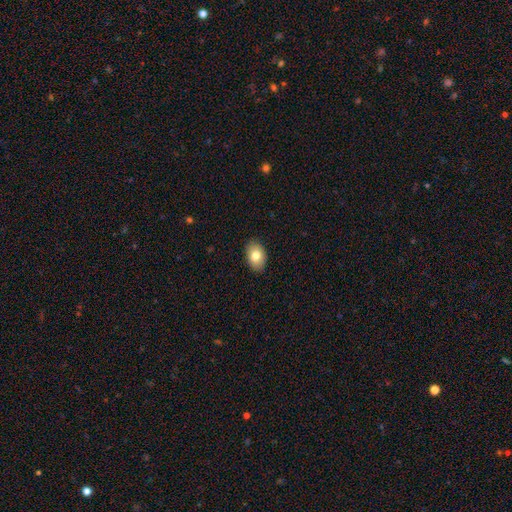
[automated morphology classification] Smooth or featured?
  - smooth: 80% *
  - featured or disk: 13%
  - star or artifact: 8%
How rounded?
  - in between: 86% *
  - round: 13%
  - cigar-shaped: 1%
Merging?
  - none: 89% *
  - minor disturbance: 8%
  - major disturbance: 2%
  - merger: 1%